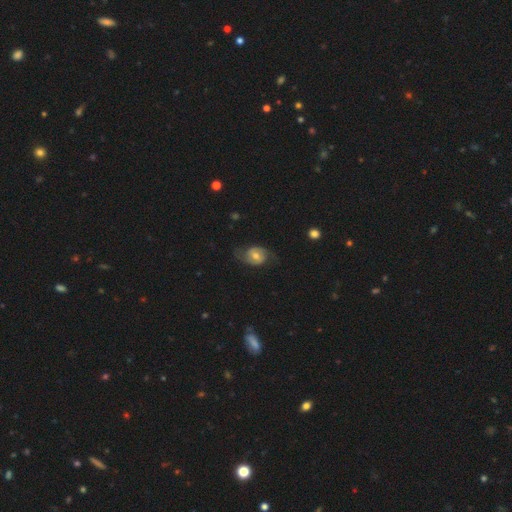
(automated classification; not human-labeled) smooth_or_featured: featured or disk (p=0.59) [alt: smooth p=0.34]
disk_edge_on: no (p=0.96) [alt: yes p=0.04]
bar: no (p=0.53) [alt: weak p=0.37]
has_spiral_arms: yes (p=0.81) [alt: no p=0.19]
bulge_size: moderate (p=0.68) [alt: small p=0.23]
merging: none (p=0.62) [alt: minor disturbance p=0.23]